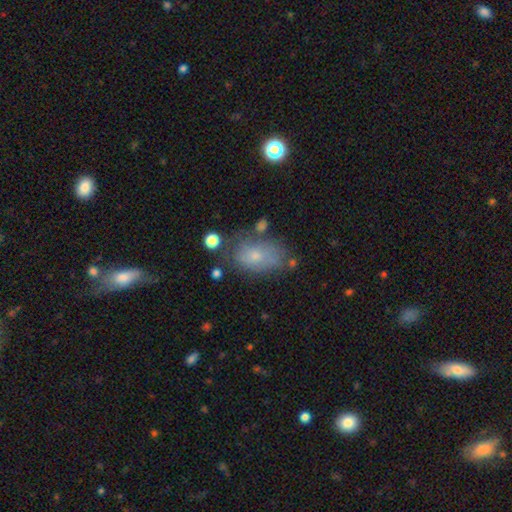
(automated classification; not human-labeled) A smooth galaxy with no disk features (65%) that is in between round and cigar-shaped (85%).

Vote fractions:
- Smooth or featured? smooth: 65% / featured or disk: 25% / star or artifact: 10%
- How rounded? in between: 85% / round: 13% / cigar-shaped: 2%
- Merging? none: 57% / minor disturbance: 25% / major disturbance: 11% / merger: 7%